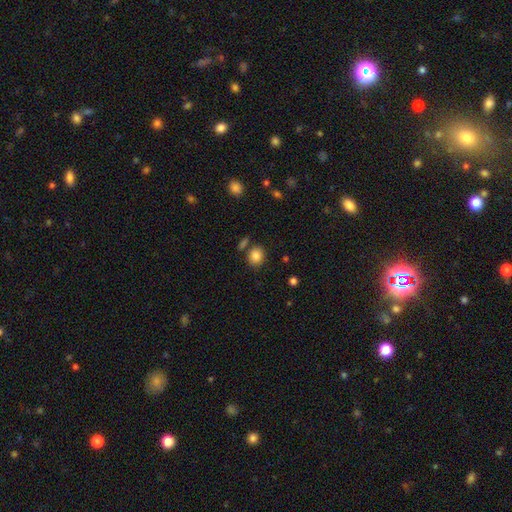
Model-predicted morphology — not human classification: Q: Smooth or featured?
A: smooth (84%); runner-up: star or artifact (10%)
Q: How rounded?
A: round (67%); runner-up: in between (32%)
Q: Merging?
A: none (78%); runner-up: minor disturbance (11%)